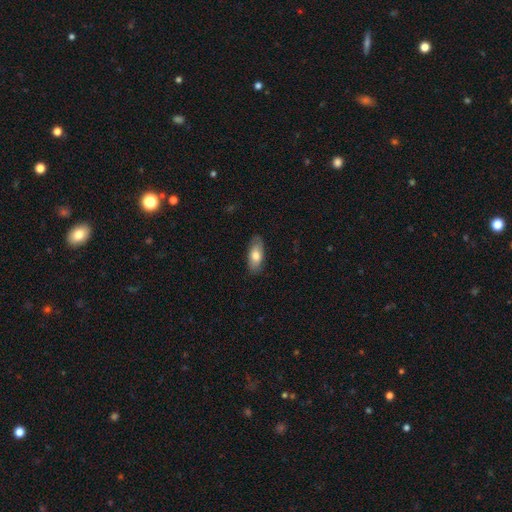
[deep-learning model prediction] smooth 72%, featured or disk 23%, star or artifact 6%. Down the decision tree: how rounded — in between (85%); merging — none (83%).